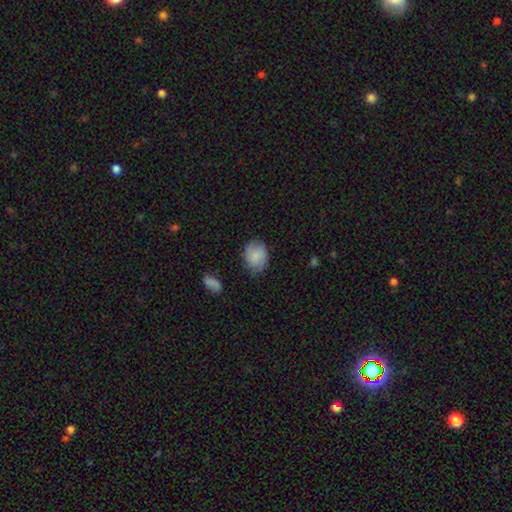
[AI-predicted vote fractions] Smooth or featured? smooth (84%)
How rounded? in between (55%)
Merging? none (73%)